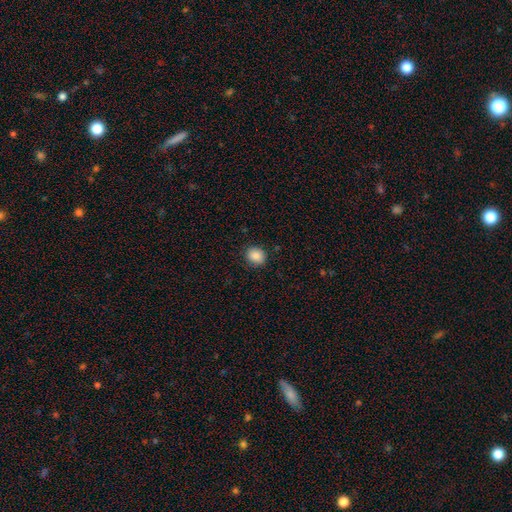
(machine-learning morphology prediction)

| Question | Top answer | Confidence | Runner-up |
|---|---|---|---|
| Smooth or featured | smooth | 87% | star or artifact (9%) |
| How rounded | round | 73% | in between (26%) |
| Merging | none | 86% | minor disturbance (10%) |